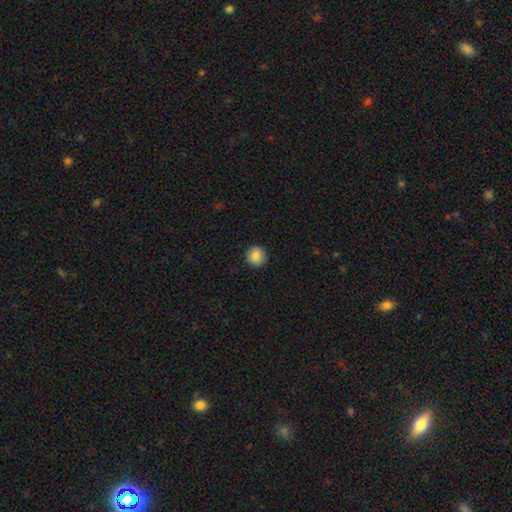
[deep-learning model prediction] Smooth or featured?
  - smooth: 87% *
  - star or artifact: 8%
  - featured or disk: 4%
How rounded?
  - round: 93% *
  - in between: 6%
  - cigar-shaped: 1%
Merging?
  - none: 91% *
  - minor disturbance: 6%
  - major disturbance: 2%
  - merger: 1%